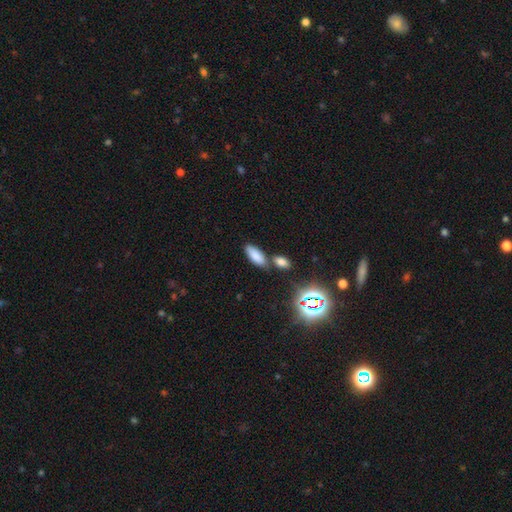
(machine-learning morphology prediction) A smooth galaxy with no disk features (81%) that is in between round and cigar-shaped (83%).

Vote fractions:
- Smooth or featured? smooth: 81% / star or artifact: 12% / featured or disk: 7%
- How rounded? in between: 83% / cigar-shaped: 14% / round: 3%
- Merging? none: 62% / merger: 23% / minor disturbance: 12% / major disturbance: 4%